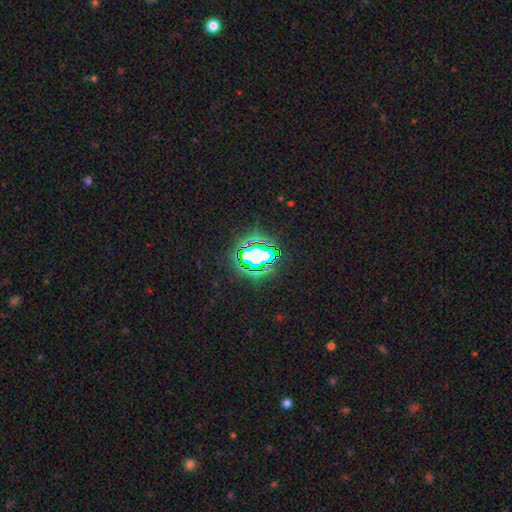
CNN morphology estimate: smooth_or_featured: star or artifact (p=0.69) [alt: smooth p=0.19]